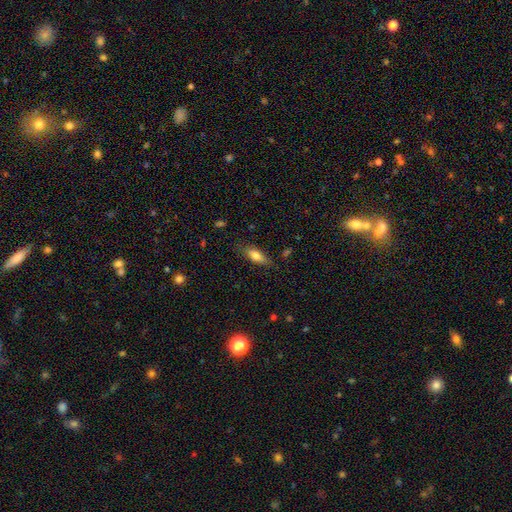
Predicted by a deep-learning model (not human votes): Smooth or featured? smooth (74%)
How rounded? in between (68%)
Merging? none (79%)